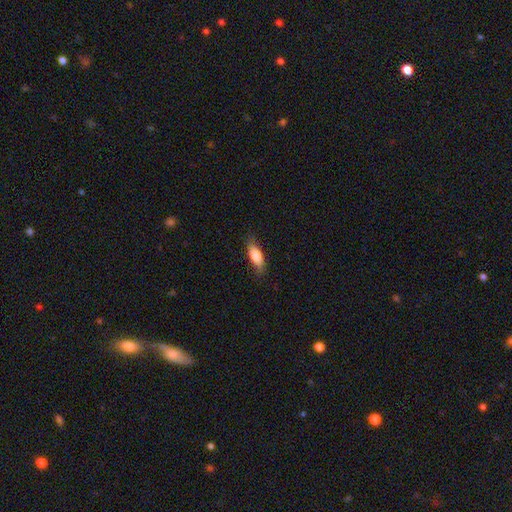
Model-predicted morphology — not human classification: Q: Smooth or featured?
A: smooth (79%); runner-up: featured or disk (15%)
Q: How rounded?
A: in between (74%); runner-up: cigar-shaped (23%)
Q: Merging?
A: none (76%); runner-up: minor disturbance (19%)